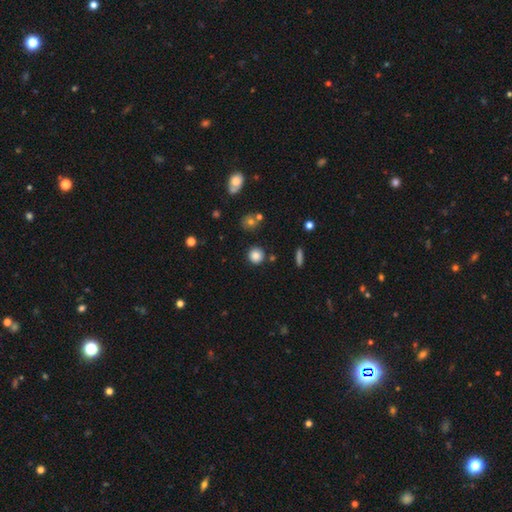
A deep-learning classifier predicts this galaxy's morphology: type=smooth (83%); roundness=round (93%); merging=none (87%).